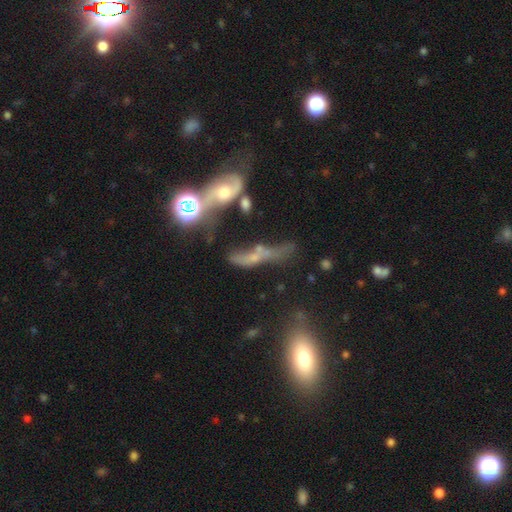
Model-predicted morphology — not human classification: A featured or disk galaxy (42%). Merging: merger (34%).